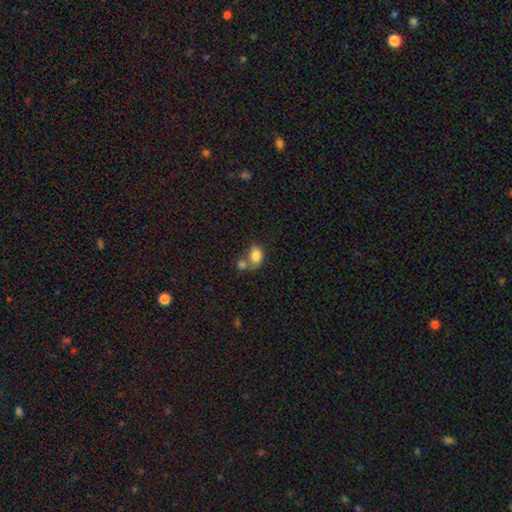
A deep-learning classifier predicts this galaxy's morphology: A smooth galaxy with no disk features (82%) that is in between round and cigar-shaped (71%).

Vote fractions:
- Smooth or featured? smooth: 82% / featured or disk: 9% / star or artifact: 9%
- How rounded? in between: 71% / round: 28% / cigar-shaped: 1%
- Merging? merger: 49% / none: 32% / minor disturbance: 13% / major disturbance: 7%